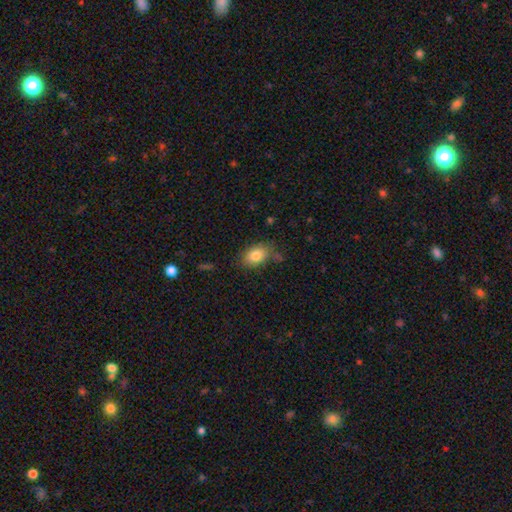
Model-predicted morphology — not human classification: Smooth or featured?
  - smooth: 82% *
  - featured or disk: 9%
  - star or artifact: 9%
How rounded?
  - in between: 82% *
  - round: 17%
  - cigar-shaped: 1%
Merging?
  - none: 73% *
  - minor disturbance: 19%
  - major disturbance: 5%
  - merger: 4%